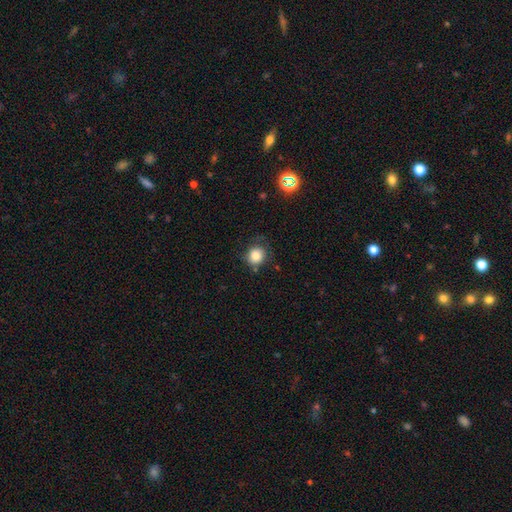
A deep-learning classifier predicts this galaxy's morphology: Overall: smooth (84%). How rounded: round (87%). Merging: none (71%).